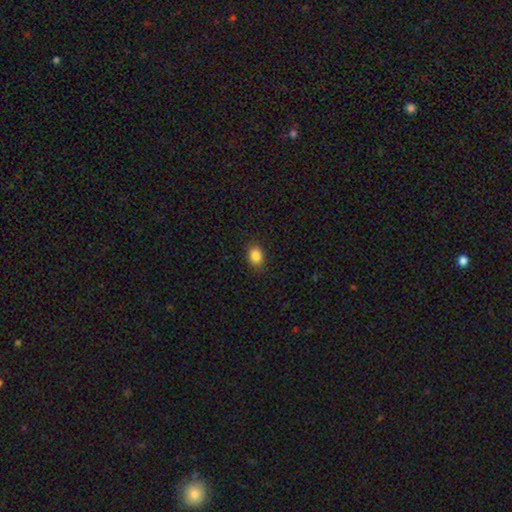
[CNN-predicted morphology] Smooth or featured? smooth (86%)
How rounded? in between (67%)
Merging? none (88%)